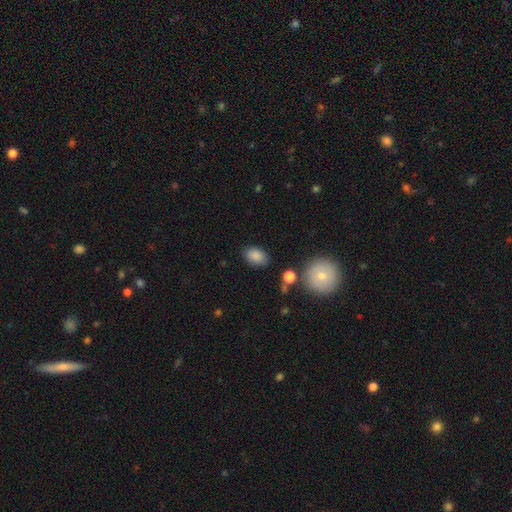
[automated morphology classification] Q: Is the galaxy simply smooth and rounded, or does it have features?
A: smooth — 85%.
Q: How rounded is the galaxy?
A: in between — 83%.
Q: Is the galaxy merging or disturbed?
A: none — 83%.